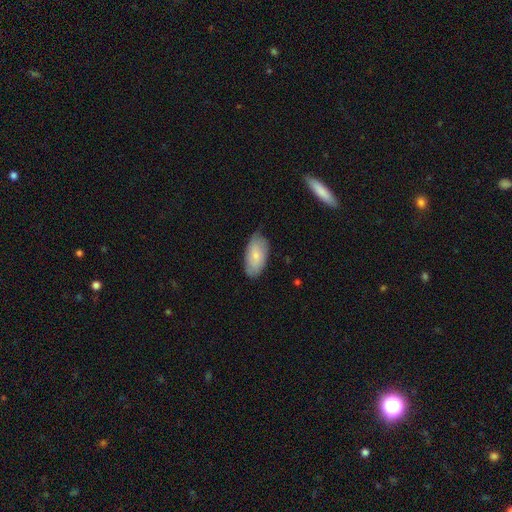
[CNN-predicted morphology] smooth-or-featured: smooth: 73% | featured or disk: 21% | star or artifact: 6%
  how-rounded: in between: 94% | cigar-shaped: 4% | round: 3%
  merging: none: 74% | minor disturbance: 21% | major disturbance: 4% | merger: 1%